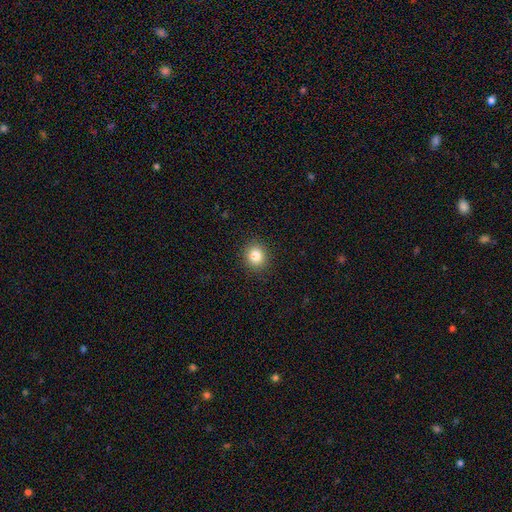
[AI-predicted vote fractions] This appears to be a smooth galaxy with no disk features (83%) that is round (80%). Merging: none (91%).